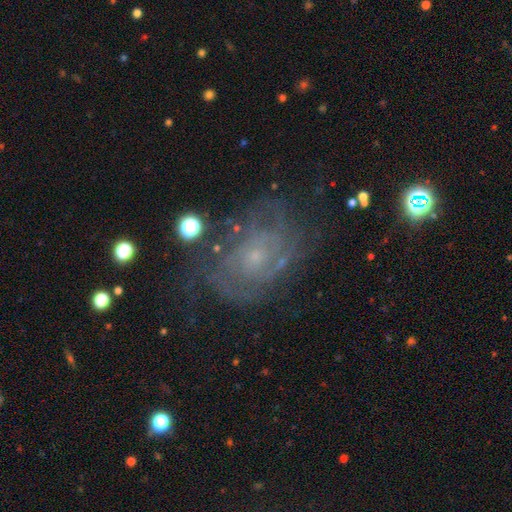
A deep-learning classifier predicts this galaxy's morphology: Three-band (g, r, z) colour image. It shows a featured or disk galaxy (75%) with no bar (78%), tight (58%) spiral arms (87%) and a small central bulge (75%). Merging: none (66%).